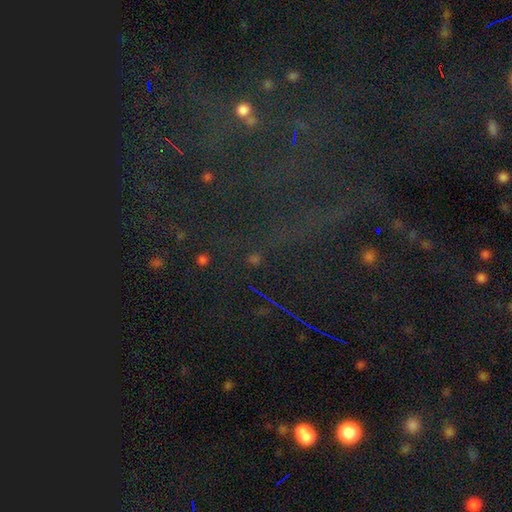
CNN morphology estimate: A star or artifact, not a galaxy (75%).